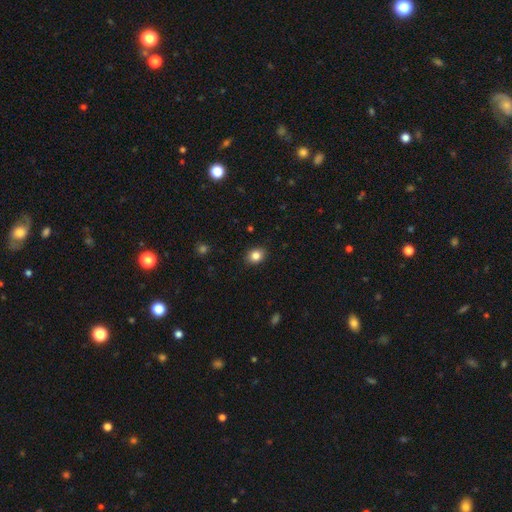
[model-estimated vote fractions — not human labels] Smooth or featured?
  - smooth: 84% *
  - star or artifact: 10%
  - featured or disk: 6%
How rounded?
  - round: 51% *
  - in between: 48%
  - cigar-shaped: 1%
Merging?
  - none: 90% *
  - minor disturbance: 8%
  - major disturbance: 2%
  - merger: 1%